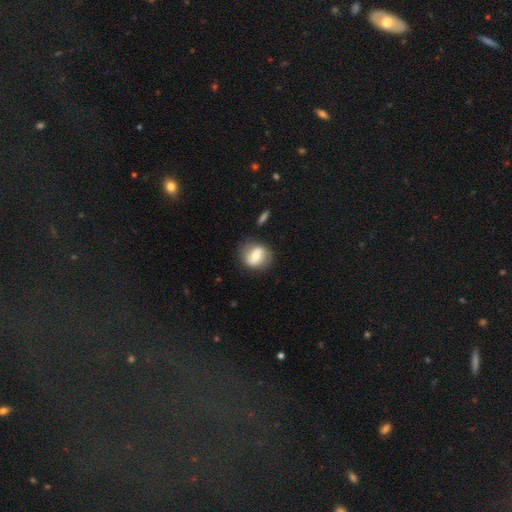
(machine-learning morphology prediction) Overall: smooth (58%; featured or disk 34%). How rounded: round (67%; in between 32%). Merging: none (78%).